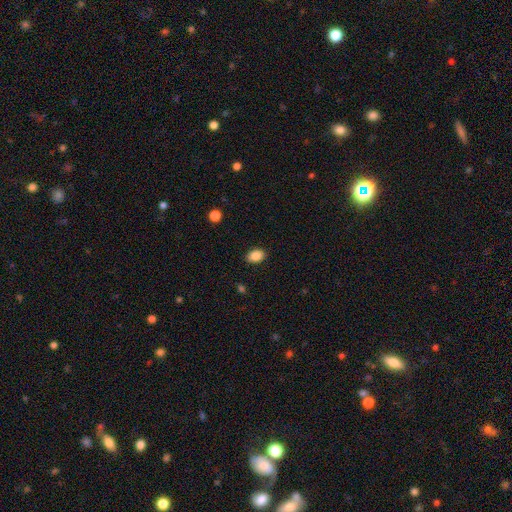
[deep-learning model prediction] This is clearly a smooth galaxy (88%). How rounded: clearly in between (82%). Merging: clearly none (88%).